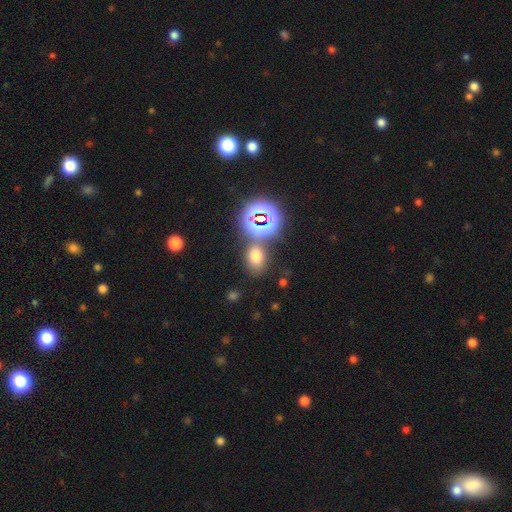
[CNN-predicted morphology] A smooth galaxy with no disk features (63%) that is in between round and cigar-shaped (67%). Merging: none (67%).